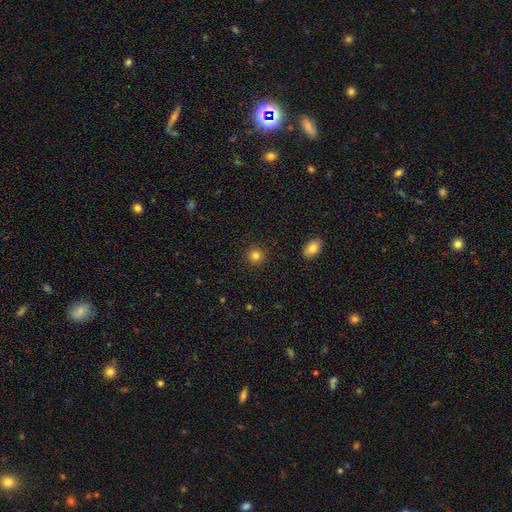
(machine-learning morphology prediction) smooth 83%, star or artifact 12%, featured or disk 5%. Down the decision tree: how rounded — round (92%); merging — none (91%).